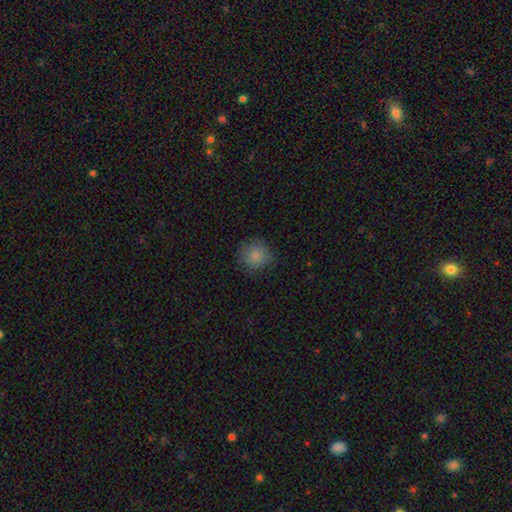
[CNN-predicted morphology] The model was most divided on "merging": none: 84%, minor disturbance: 11%, major disturbance: 3%, merger: 1%. More confident: how rounded — round (93%); smooth or featured — smooth (83%).